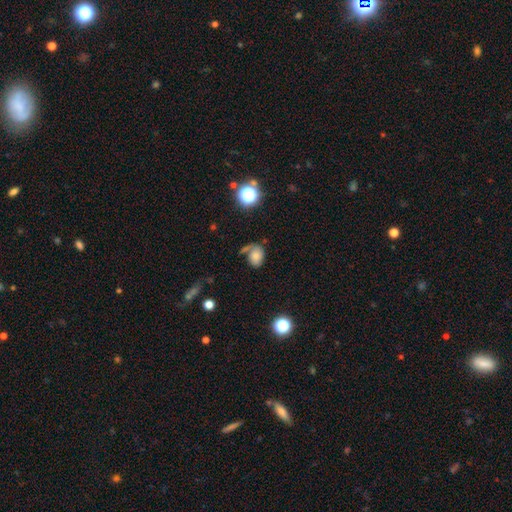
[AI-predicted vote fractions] Smooth or featured?
  - smooth: 64% *
  - featured or disk: 23%
  - star or artifact: 13%
How rounded?
  - in between: 63% *
  - round: 36%
  - cigar-shaped: 1%
Merging?
  - none: 42% *
  - minor disturbance: 22%
  - major disturbance: 21%
  - merger: 14%